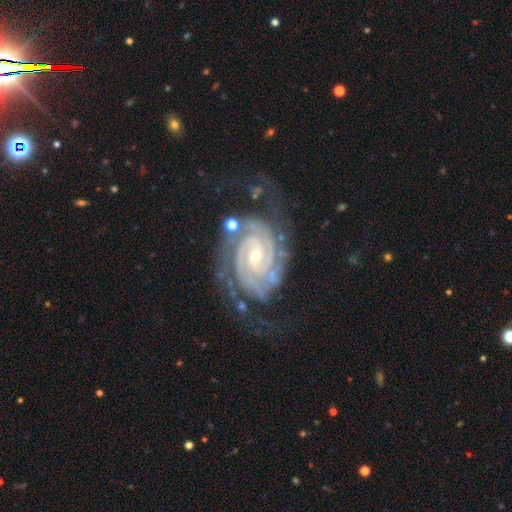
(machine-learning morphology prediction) A featured or disk galaxy (93%) with no bar (42%), 2 (63%) tight (80%) spiral arms (99%) and a small central bulge (59%).

Vote fractions:
- Smooth or featured? featured or disk: 93% / star or artifact: 4% / smooth: 2%
- Edge-on disk? no: 98% / yes: 2%
- Bar? no: 42% / weak: 40% / strong: 18%
- Spiral arms? yes: 99% / no: 1%
- Spiral winding? tight: 80% / medium: 18% / loose: 2%
- Spiral arm count? 2: 63% / 3: 16% / can't tell: 7% / 4: 6% / more than 4: 4% / 1: 3%
- Bulge size? small: 59% / moderate: 38% / large: 1% / none: 1% / dominant: 1%
- Merging? none: 63% / minor disturbance: 21% / major disturbance: 13% / merger: 3%